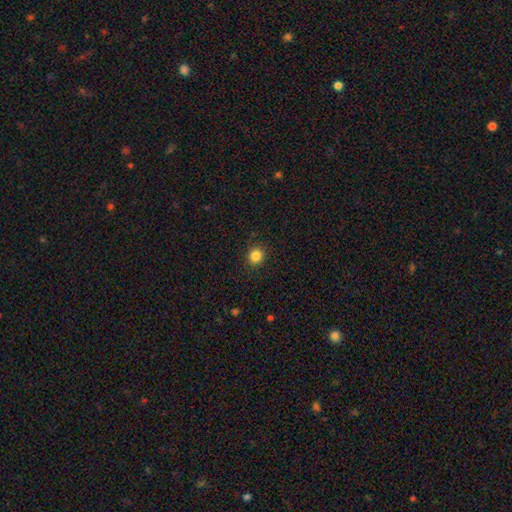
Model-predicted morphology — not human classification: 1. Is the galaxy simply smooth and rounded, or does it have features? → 85% smooth, 11% star or artifact, 4% featured or disk.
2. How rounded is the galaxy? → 87% round, 12% in between, 1% cigar-shaped.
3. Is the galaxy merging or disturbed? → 89% none, 7% minor disturbance, 2% major disturbance, 1% merger.